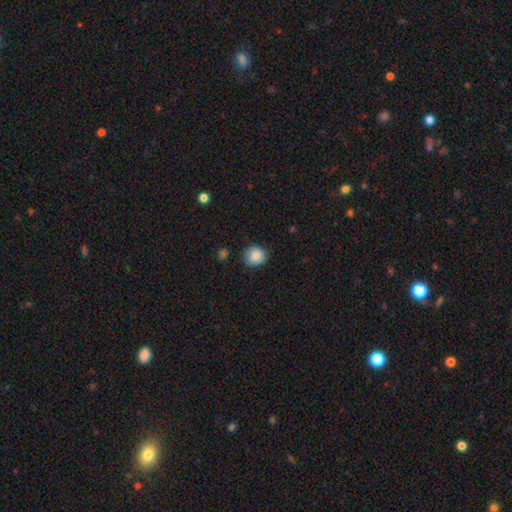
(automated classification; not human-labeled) Smooth or featured?
  - smooth: 84% *
  - star or artifact: 9%
  - featured or disk: 8%
How rounded?
  - round: 85% *
  - in between: 14%
  - cigar-shaped: 1%
Merging?
  - none: 82% *
  - minor disturbance: 13%
  - major disturbance: 3%
  - merger: 1%